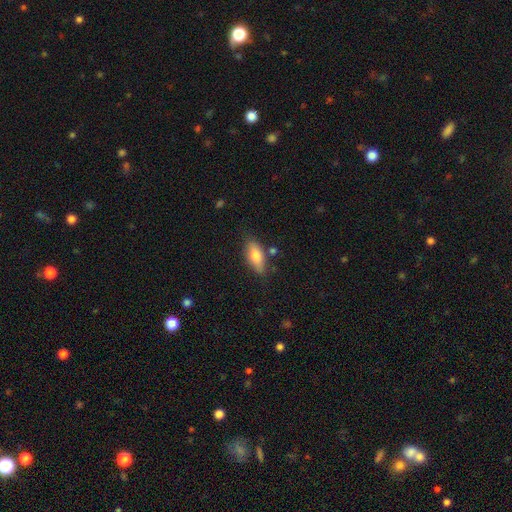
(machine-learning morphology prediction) The model was most divided on "merging": none: 75%, minor disturbance: 16%, merger: 5%, major disturbance: 3%. More confident: how rounded — in between (80%); smooth or featured — smooth (76%).